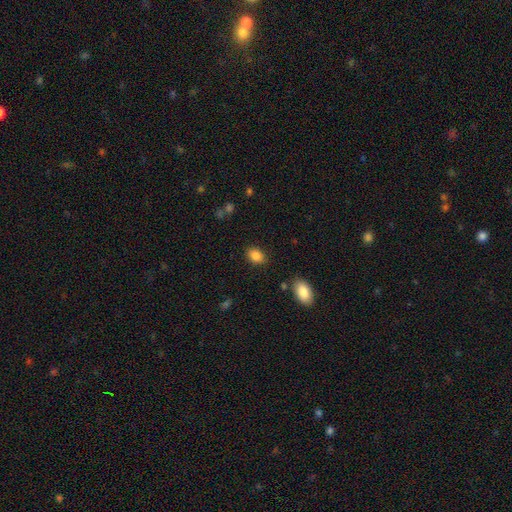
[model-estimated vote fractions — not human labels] Smooth or featured? Predicted: smooth (p=0.86). How rounded? Predicted: in between (p=0.78). Merging? Predicted: none (p=0.85).